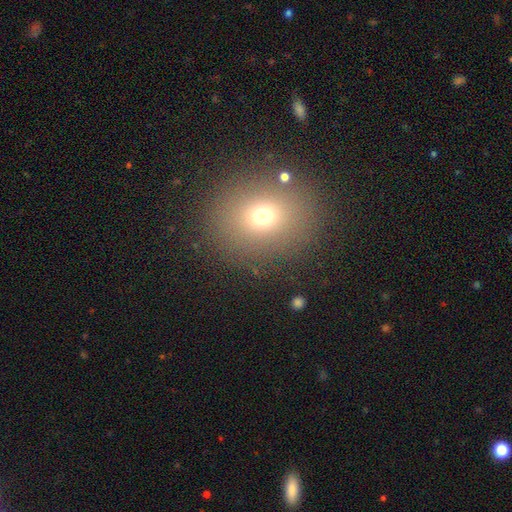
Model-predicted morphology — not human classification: type=smooth (68%); roundness=round (63%); merging=none (87%).